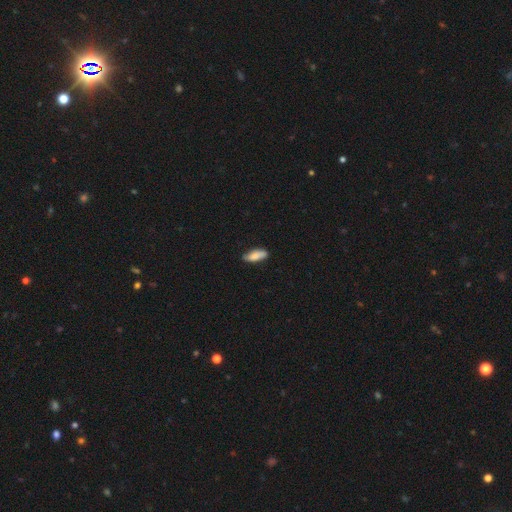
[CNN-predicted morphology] Smooth or featured? smooth (82%)
How rounded? in between (67%)
Merging? none (80%)